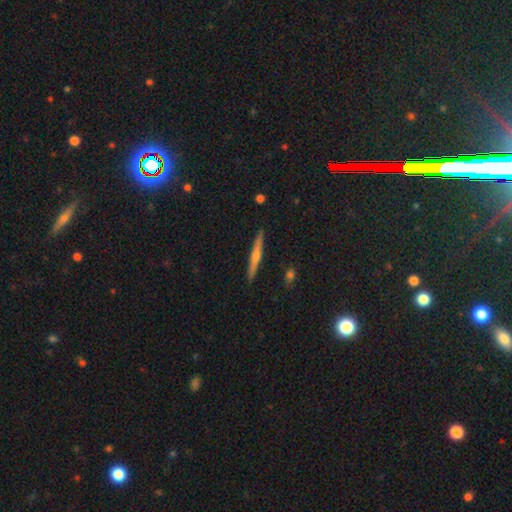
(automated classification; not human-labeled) featured or disk 62%, smooth 31%, star or artifact 7%. Down the decision tree: edge-on disk — yes (98%); edge-on bulge — rounded (75%); merging — none (92%).